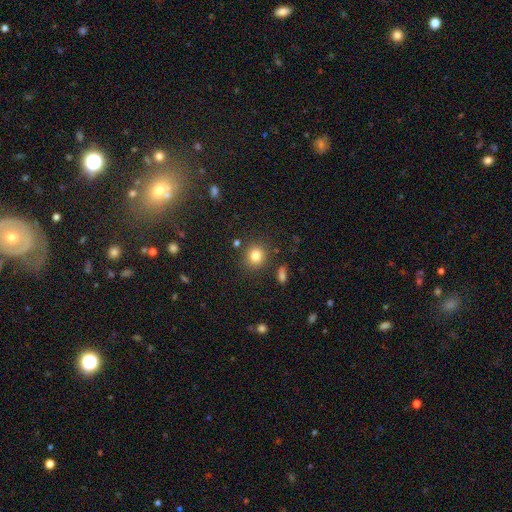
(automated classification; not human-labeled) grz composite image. It shows a smooth galaxy with no disk features (81%) that is round (87%). Merging: none (85%).